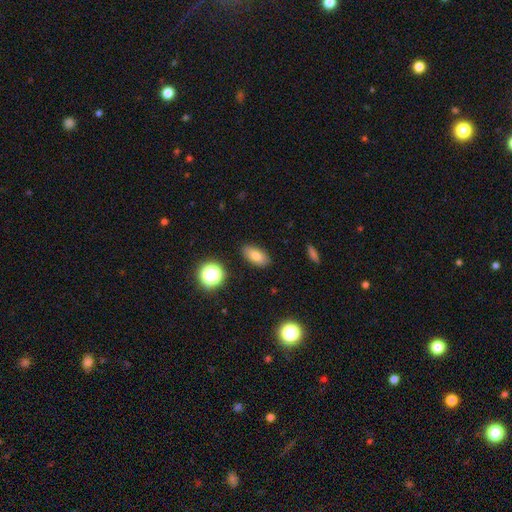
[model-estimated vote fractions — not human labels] The model was most divided on "smooth or featured": smooth: 77%, featured or disk: 12%, star or artifact: 11%. More confident: how rounded — in between (88%); merging — none (87%).